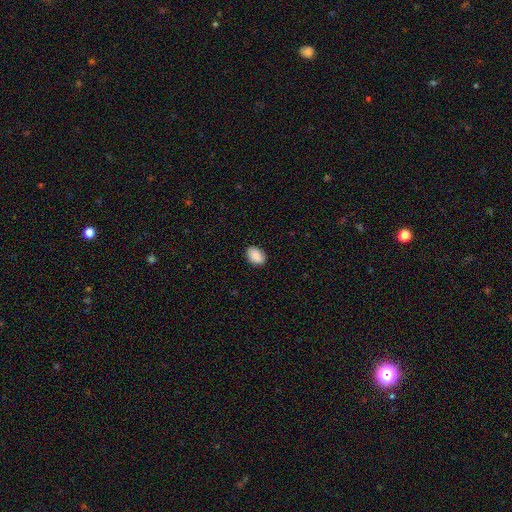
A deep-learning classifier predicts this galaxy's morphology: smooth_or_featured: smooth (p=0.89) [alt: star or artifact p=0.07]
how_rounded: in between (p=0.85) [alt: round p=0.14]
merging: none (p=0.87) [alt: minor disturbance p=0.10]